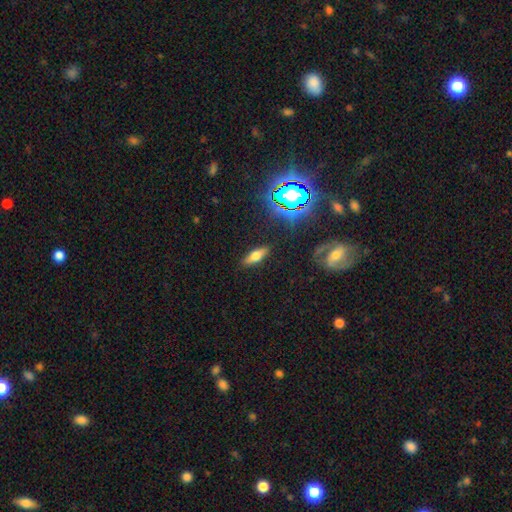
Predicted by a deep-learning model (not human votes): Overall: smooth (55%; featured or disk 31%). How rounded: in between (57%; cigar-shaped 40%). Merging: none (87%).